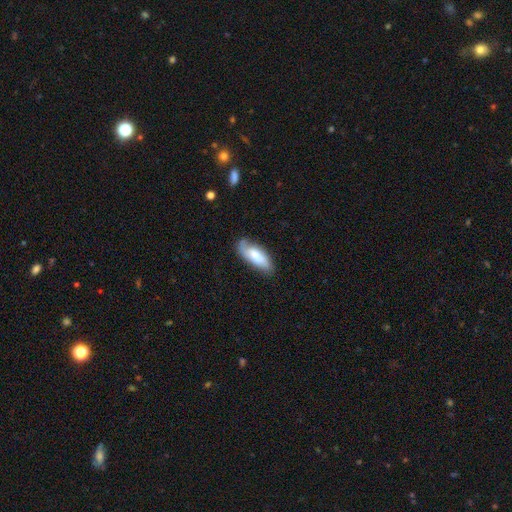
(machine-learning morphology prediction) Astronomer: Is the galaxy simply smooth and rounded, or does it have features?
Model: smooth — 57% (runner-up: featured or disk, 37%).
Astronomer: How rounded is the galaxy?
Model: in between — 77%.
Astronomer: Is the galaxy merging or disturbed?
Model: none — 71%.